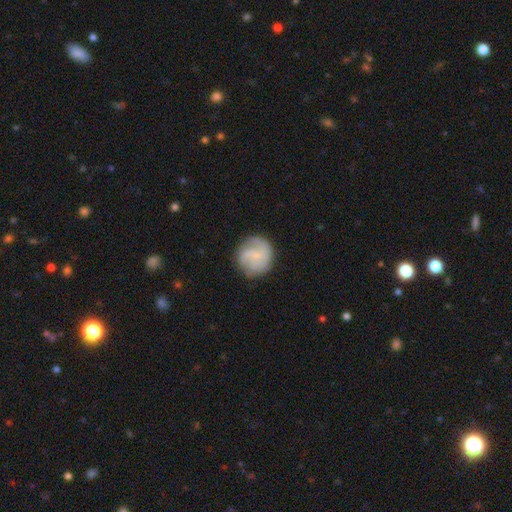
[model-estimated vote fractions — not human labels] The model was most divided on "bar": weak: 47%, no: 43%, strong: 10%. More confident: edge-on disk — no (98%); spiral arms — yes (89%); merging — none (76%); smooth or featured — featured or disk (55%); bulge size — small (54%).